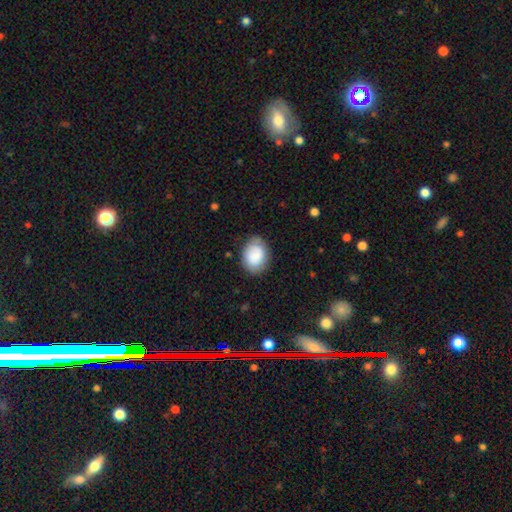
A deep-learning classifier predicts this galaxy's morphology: smooth_or_featured: smooth (p=0.81) [alt: featured or disk p=0.12]
how_rounded: in between (p=0.61) [alt: round p=0.39]
merging: none (p=0.75) [alt: minor disturbance p=0.19]